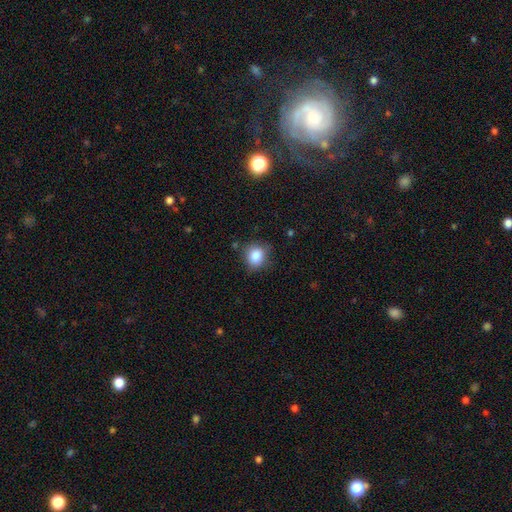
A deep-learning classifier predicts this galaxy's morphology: Smooth or featured? Predicted: smooth (p=0.85). How rounded? Predicted: round (p=0.71). Merging? Predicted: none (p=0.74).